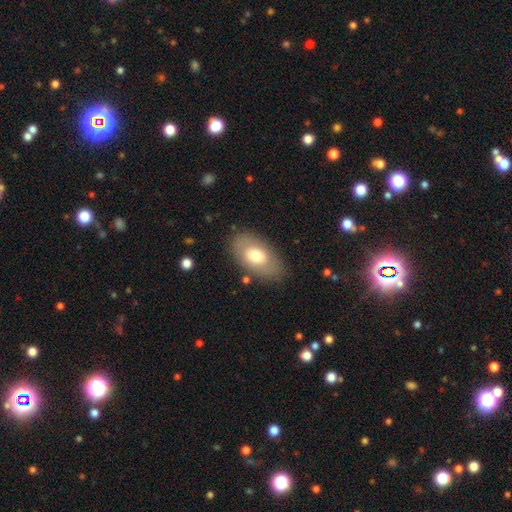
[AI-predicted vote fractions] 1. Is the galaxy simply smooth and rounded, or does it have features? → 67% smooth, 26% featured or disk, 7% star or artifact.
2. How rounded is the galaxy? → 92% in between, 6% round, 2% cigar-shaped.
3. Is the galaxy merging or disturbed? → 81% none, 13% minor disturbance, 4% major disturbance, 2% merger.